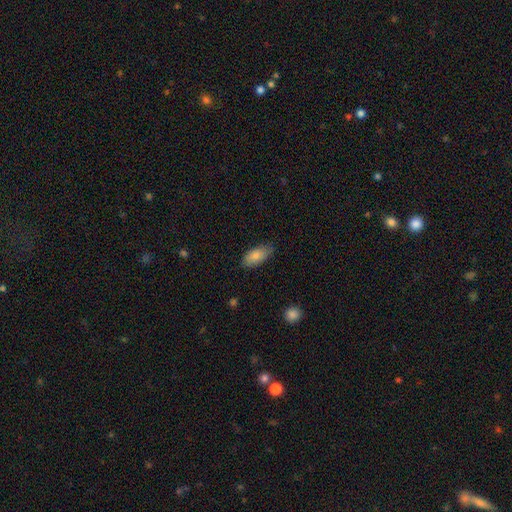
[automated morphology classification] A smooth galaxy with no disk features (84%) that is in between round and cigar-shaped (88%). Merging: none (80%).